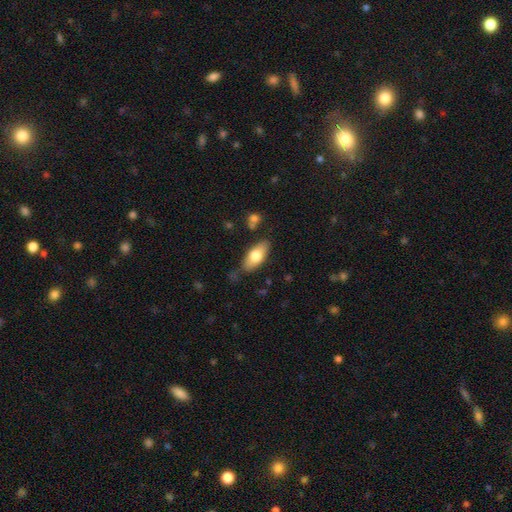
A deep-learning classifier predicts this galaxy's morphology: smooth 72%, featured or disk 22%, star or artifact 6%. Down the decision tree: how rounded — in between (86%); merging — none (76%).